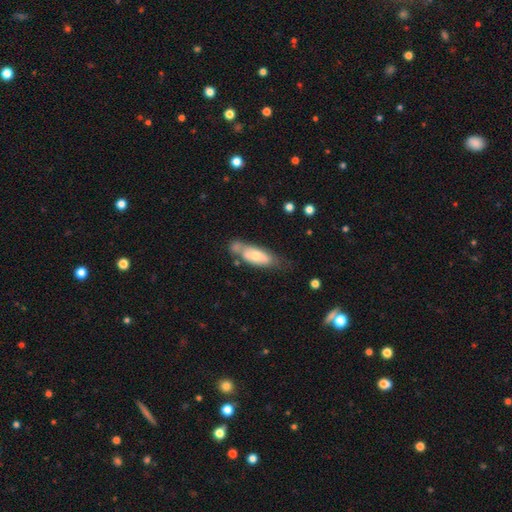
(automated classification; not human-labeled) The model was most divided on "merging": none: 41%, merger: 25%, minor disturbance: 25%, major disturbance: 10%. More confident: how rounded — in between (70%); smooth or featured — smooth (59%).